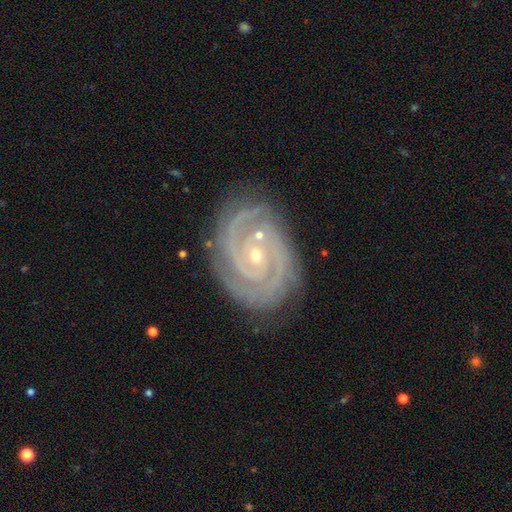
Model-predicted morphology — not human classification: This is clearly a featured or disk galaxy (92%). It is clearly not viewed edge-on (97%). Bar: likely no (64%). Spiral arm pattern: clearly yes (99%). Spiral arm count: likely 2 (62%). Spiral winding: clearly tight (81%). Central bulge: likely small (75%). Merging: likely none (79%).